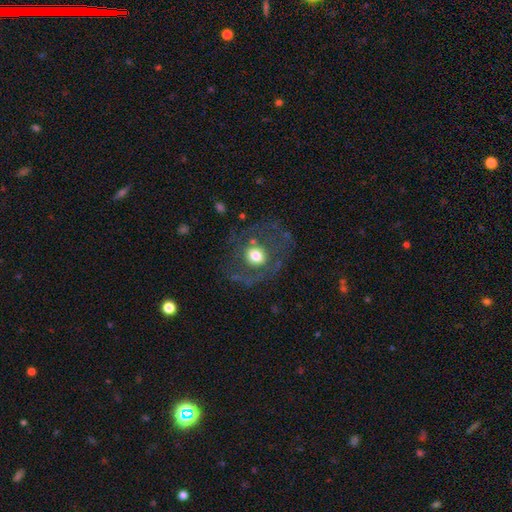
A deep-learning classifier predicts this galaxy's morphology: smooth_or_featured: smooth (p=0.50) [alt: featured or disk p=0.40]
merging: none (p=0.62) [alt: major disturbance p=0.19]